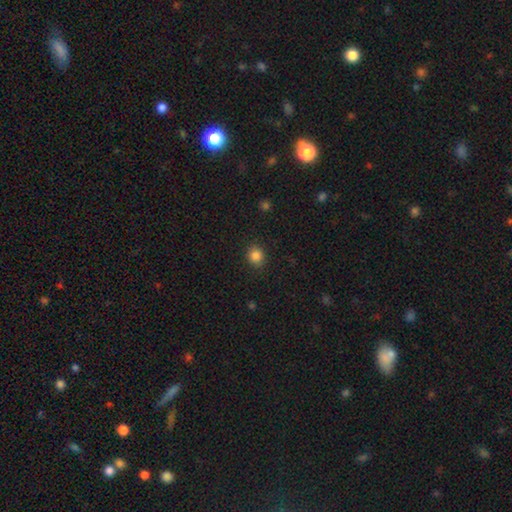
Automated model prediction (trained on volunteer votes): A smooth galaxy with no disk features (85%) that is round (84%).

Vote fractions:
- Smooth or featured? smooth: 85% / star or artifact: 11% / featured or disk: 4%
- How rounded? round: 84% / in between: 15% / cigar-shaped: 1%
- Merging? none: 89% / minor disturbance: 7% / major disturbance: 2% / merger: 1%